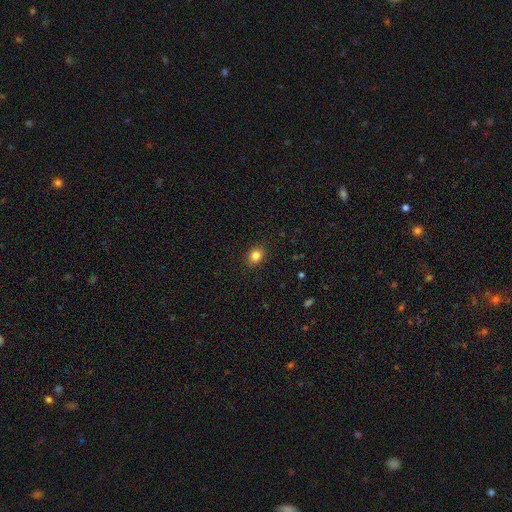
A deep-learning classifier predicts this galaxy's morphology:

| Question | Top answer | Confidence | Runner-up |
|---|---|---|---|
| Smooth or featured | smooth | 84% | star or artifact (11%) |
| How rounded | round | 55% | in between (44%) |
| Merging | none | 89% | minor disturbance (8%) |